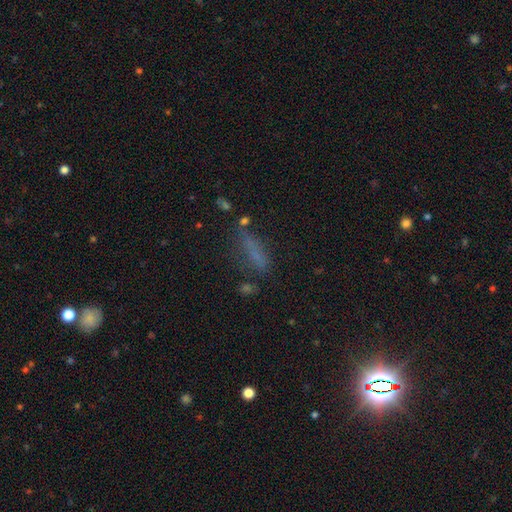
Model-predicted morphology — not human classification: smooth_or_featured: smooth (p=0.60) [alt: featured or disk p=0.20]
how_rounded: cigar-shaped (p=0.63) [alt: in between p=0.33]
merging: none (p=0.57) [alt: minor disturbance p=0.21]